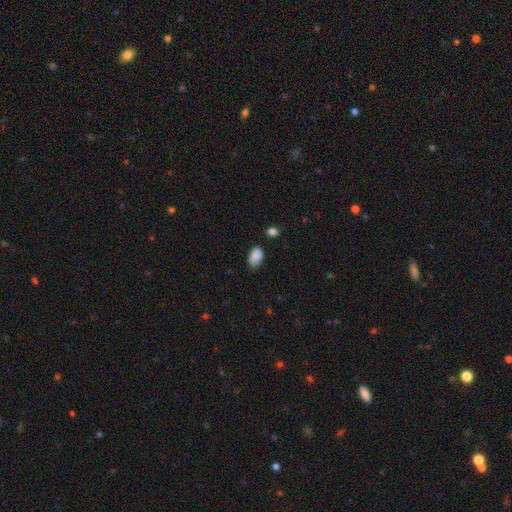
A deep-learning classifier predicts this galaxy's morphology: Q: Smooth or featured?
A: smooth (86%); runner-up: star or artifact (8%)
Q: How rounded?
A: in between (88%); runner-up: round (10%)
Q: Merging?
A: none (56%); runner-up: minor disturbance (35%)